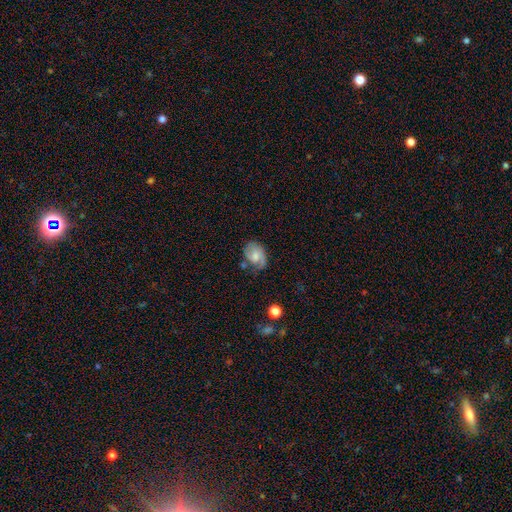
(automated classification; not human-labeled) smooth-or-featured: featured or disk: 59% | smooth: 33% | star or artifact: 8%
  disk-edge-on: no: 97% | yes: 3%
    bar: no: 54% | weak: 40% | strong: 6%
    has-spiral-arms: yes: 89% | no: 11%
      spiral-winding: medium: 46% | tight: 34% | loose: 20%
      spiral-arm-count: 2: 69% | 1: 13% | can't tell: 13% | 3: 3% | 4: 1% | more than 4: 1%
    bulge-size: moderate: 45% | small: 29% | none: 13% | large: 11% | dominant: 2%
  merging: none: 56% | minor disturbance: 28% | major disturbance: 11% | merger: 5%